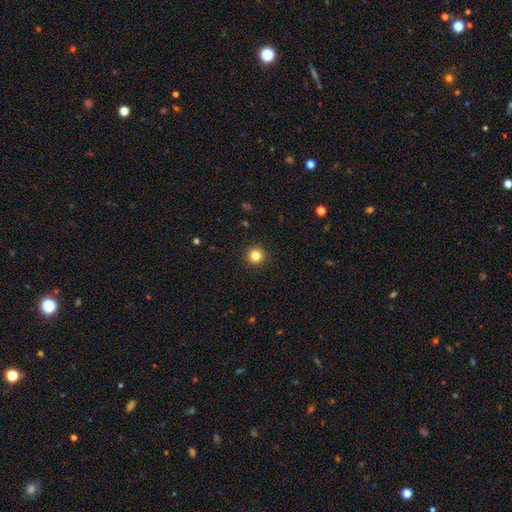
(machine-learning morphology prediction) This is clearly a smooth galaxy (83%). How rounded: clearly round (95%). Merging: clearly none (93%).